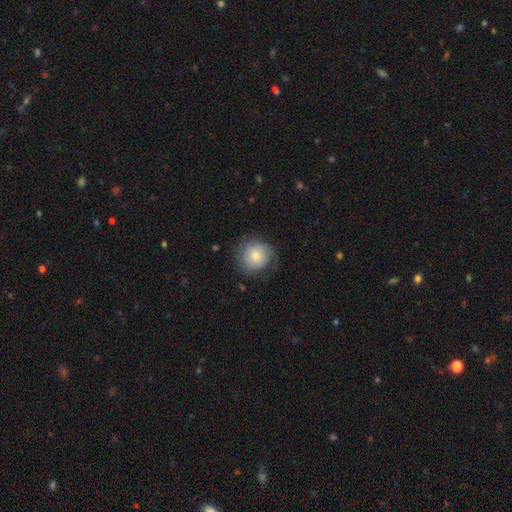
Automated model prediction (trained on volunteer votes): smooth_or_featured: smooth (p=0.47) [alt: featured or disk p=0.45]
merging: none (p=0.67) [alt: minor disturbance p=0.20]